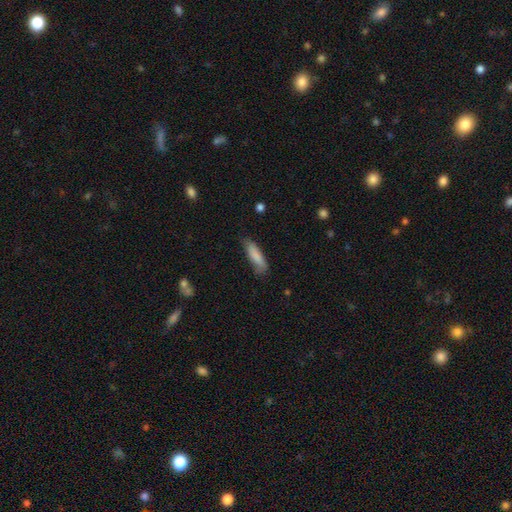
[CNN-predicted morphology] This appears to be a smooth galaxy with no disk features (84%) that is cigar-shaped (64%). Merging: none (73%).